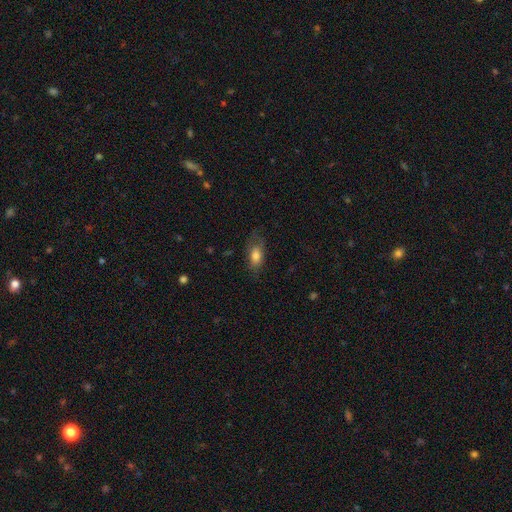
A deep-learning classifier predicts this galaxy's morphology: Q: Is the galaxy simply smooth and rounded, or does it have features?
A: smooth — 76%.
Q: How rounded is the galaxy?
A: in between — 85%.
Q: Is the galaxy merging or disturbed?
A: none — 64%.